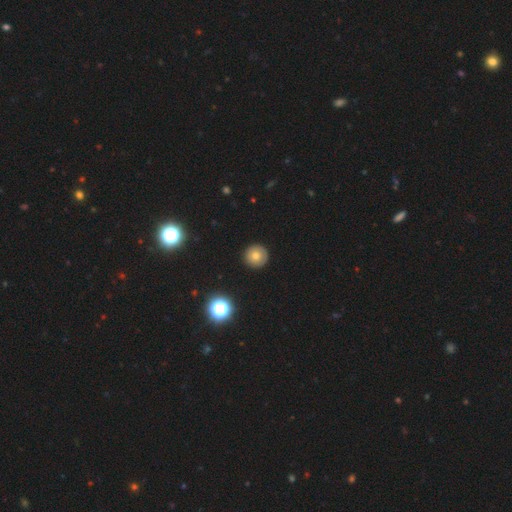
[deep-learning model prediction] This appears to be a smooth galaxy with no disk features (70%) that is round (96%). Merging: none (92%).